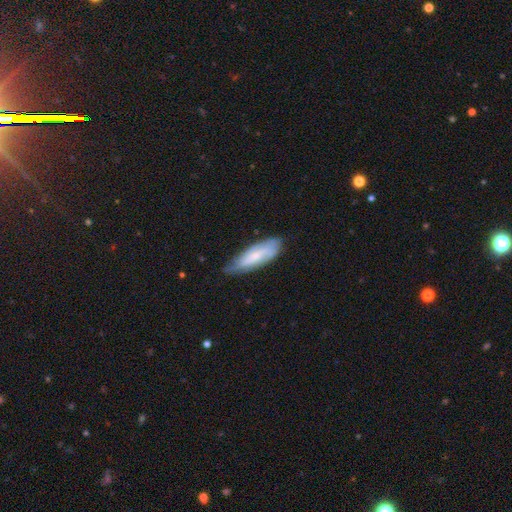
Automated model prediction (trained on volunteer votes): A smooth galaxy with no disk features (48%). Merging: none (64%).